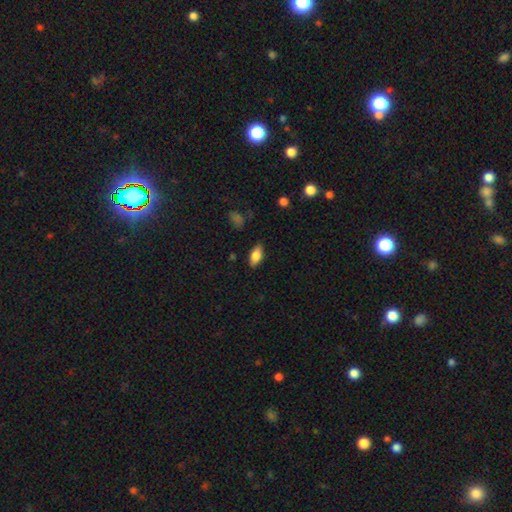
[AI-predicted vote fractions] This appears to be a smooth galaxy with no disk features (80%) that is in between round and cigar-shaped (88%). Merging: none (86%).